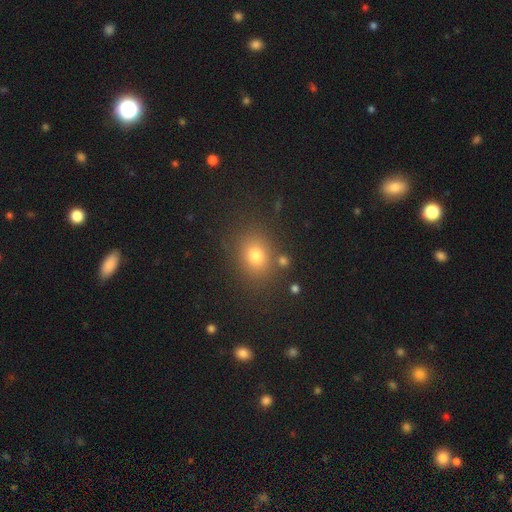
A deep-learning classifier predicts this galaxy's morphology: This is likely a smooth galaxy (74%). How rounded: possibly round (54%). Merging: clearly none (82%).